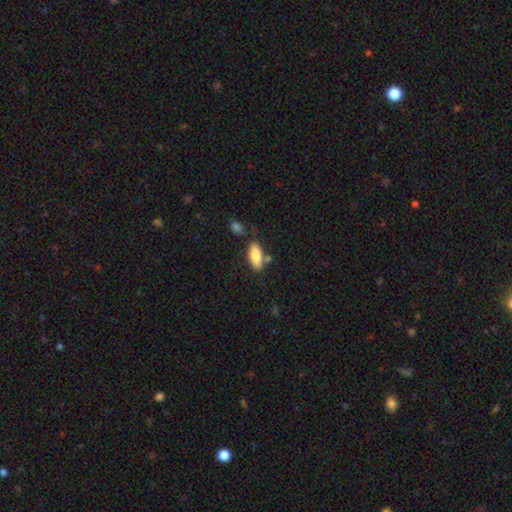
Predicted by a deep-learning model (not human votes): A smooth galaxy with no disk features (83%) that is in between round and cigar-shaped (83%).

Vote fractions:
- Smooth or featured? smooth: 83% / featured or disk: 11% / star or artifact: 6%
- How rounded? in between: 83% / cigar-shaped: 15% / round: 2%
- Merging? none: 69% / minor disturbance: 16% / merger: 11% / major disturbance: 4%